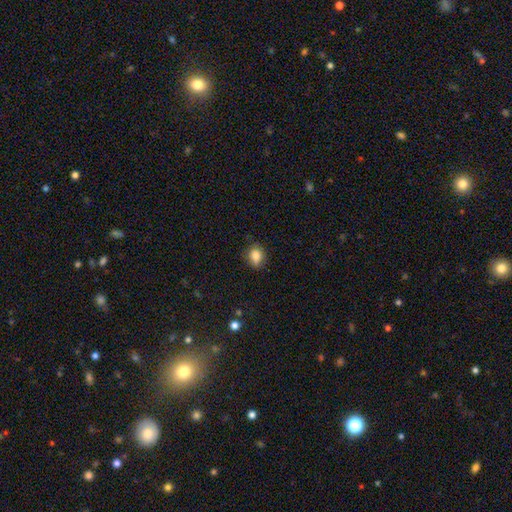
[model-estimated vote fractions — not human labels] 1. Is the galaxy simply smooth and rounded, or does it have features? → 83% smooth, 10% star or artifact, 7% featured or disk.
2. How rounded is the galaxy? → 52% in between, 47% round, 1% cigar-shaped.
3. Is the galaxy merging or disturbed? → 80% none, 16% minor disturbance, 3% major disturbance, 1% merger.